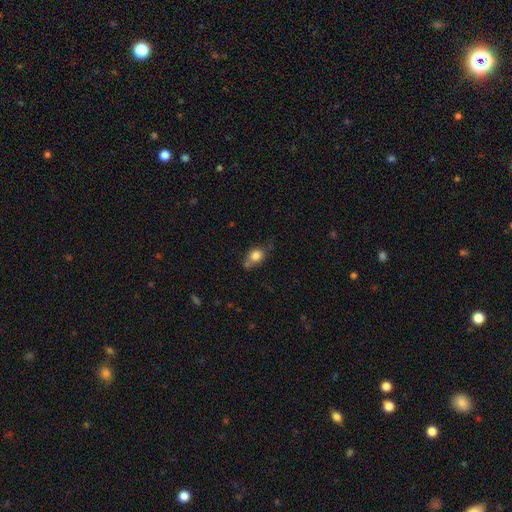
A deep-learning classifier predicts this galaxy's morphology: A smooth galaxy with no disk features (79%) that is round (54%). Merging: none (46%).